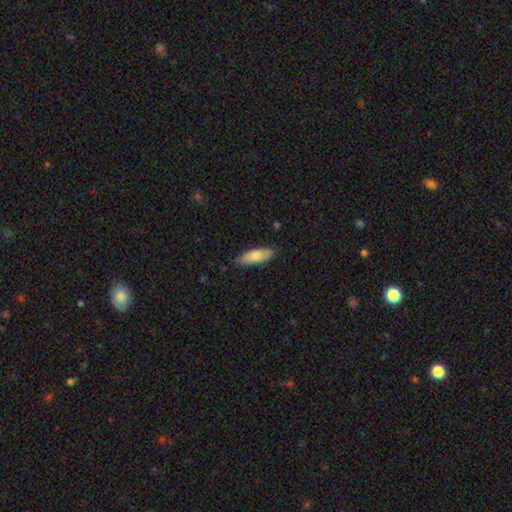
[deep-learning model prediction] Smooth or featured? Predicted: smooth (p=0.79). How rounded? Predicted: in between (p=0.63). Merging? Predicted: none (p=0.81).